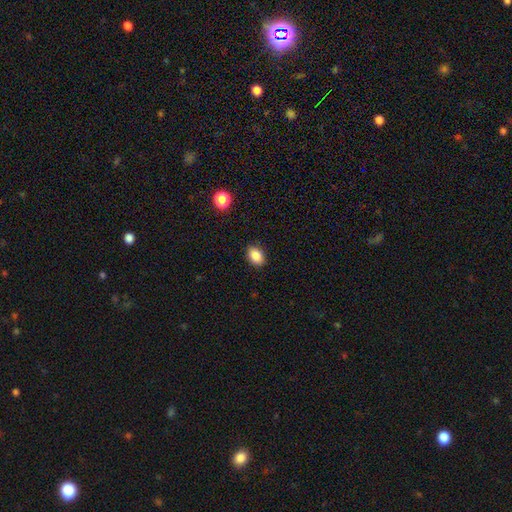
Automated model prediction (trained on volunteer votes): Smooth or featured? smooth (87%)
How rounded? in between (76%)
Merging? none (89%)